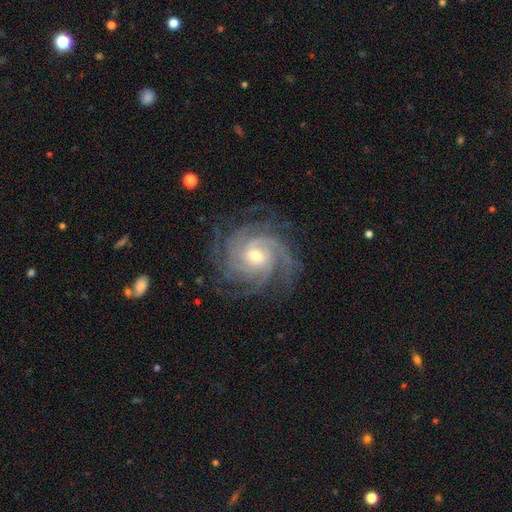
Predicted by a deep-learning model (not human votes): This appears to be a featured or disk galaxy (91%) with no bar (58%), 4 (29%) tight (73%) spiral arms (99%) and a moderate central bulge (54%). Merging: none (80%).